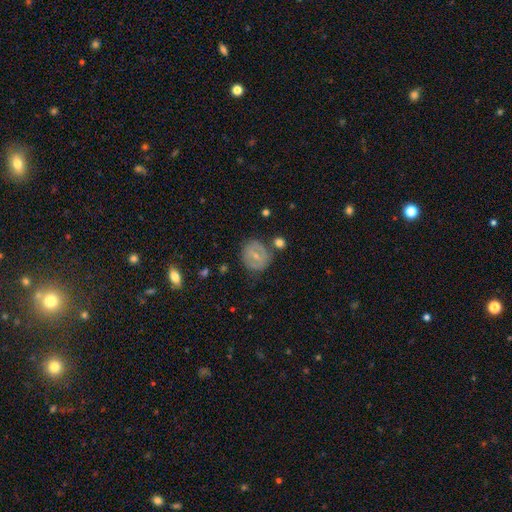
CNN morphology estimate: A featured or disk galaxy (46%). Merging: none (73%).